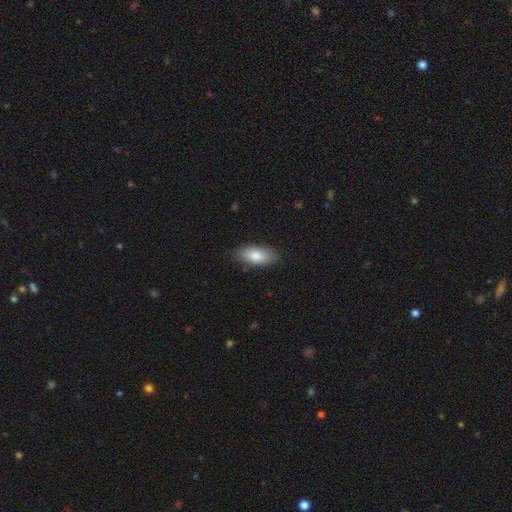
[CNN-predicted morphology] type=smooth (82%); roundness=in between (89%); merging=none (83%).